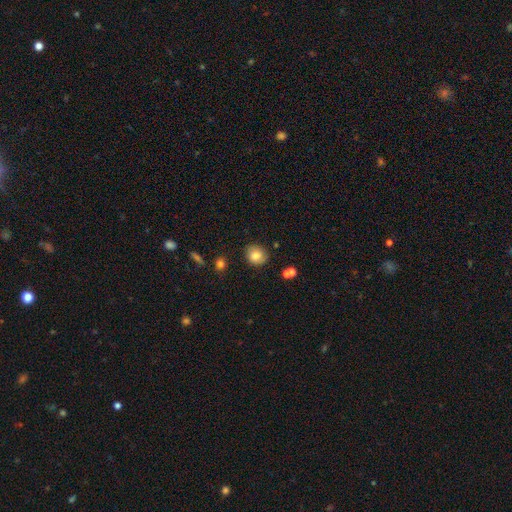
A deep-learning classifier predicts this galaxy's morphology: smooth 80%, featured or disk 11%, star or artifact 10%. Down the decision tree: how rounded — round (75%); merging — none (81%).